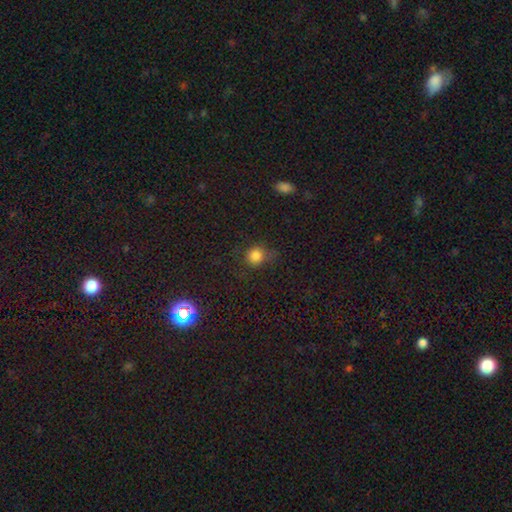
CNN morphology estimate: A smooth galaxy with no disk features (79%) that is round (84%). Merging: none (69%).